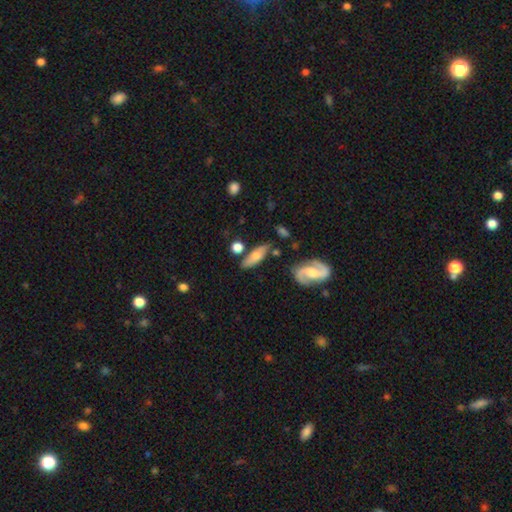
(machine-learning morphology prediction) This appears to be a smooth galaxy with no disk features (54%) that is in between round and cigar-shaped (58%). Merging: none (75%).